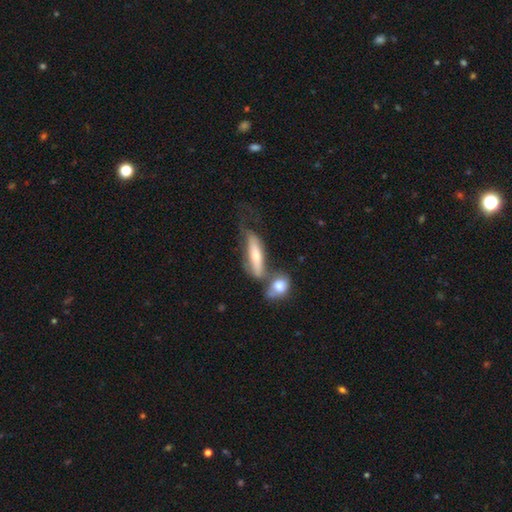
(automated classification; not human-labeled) This appears to be a smooth galaxy with no disk features (49%). Merging: merger (42%).